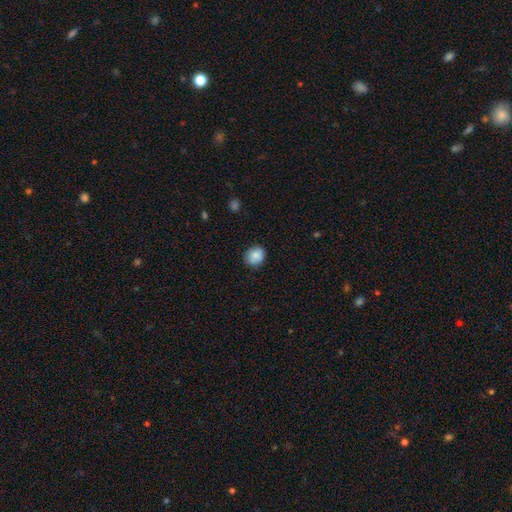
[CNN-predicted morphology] A smooth galaxy with no disk features (85%) that is round (73%). Merging: none (81%).